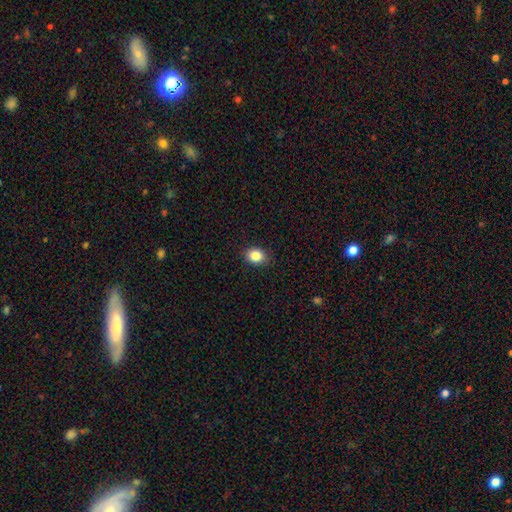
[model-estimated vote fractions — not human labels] Q: Smooth or featured?
A: smooth (86%); runner-up: star or artifact (9%)
Q: How rounded?
A: round (51%); runner-up: in between (48%)
Q: Merging?
A: none (88%); runner-up: minor disturbance (9%)